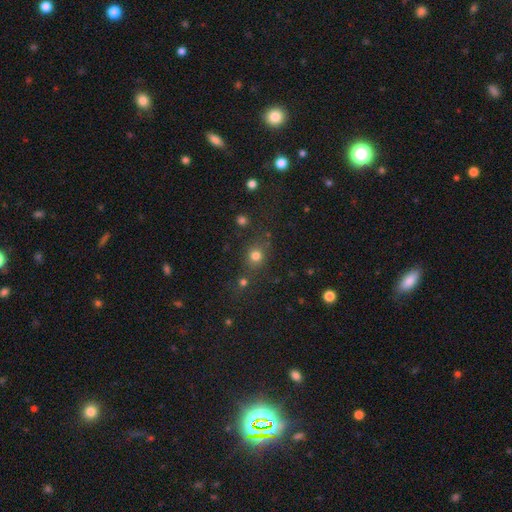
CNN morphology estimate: This appears to be a smooth galaxy with no disk features (74%) that is round (82%). Merging: none (70%).